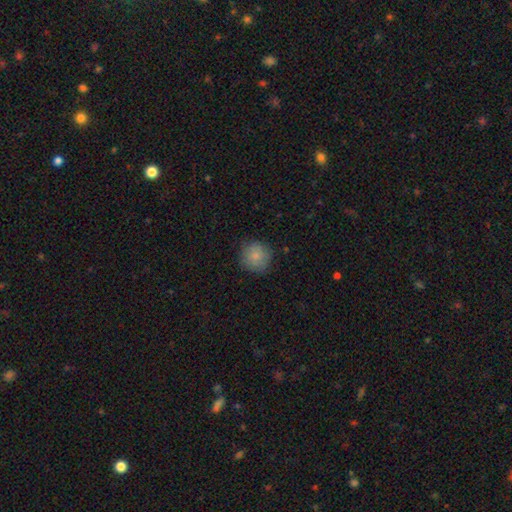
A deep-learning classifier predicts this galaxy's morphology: smooth-or-featured: smooth: 84% | star or artifact: 8% | featured or disk: 8%
  how-rounded: round: 93% | in between: 6% | cigar-shaped: 1%
  merging: none: 83% | minor disturbance: 13% | major disturbance: 3% | merger: 1%